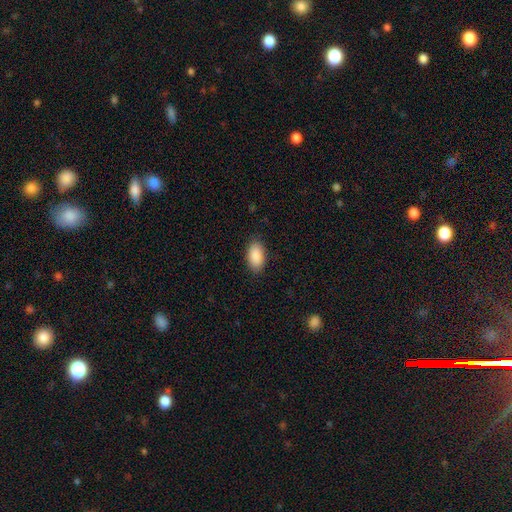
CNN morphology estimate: The model was most divided on "merging": none: 88%, minor disturbance: 9%, major disturbance: 2%, merger: 1%. More confident: how rounded — in between (95%); smooth or featured — smooth (91%).